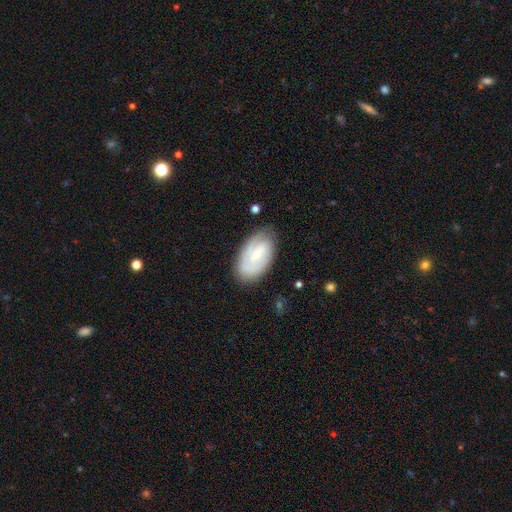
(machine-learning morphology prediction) A featured or disk galaxy (65%) with no bar (45%), 2 (48%) tight (55%) spiral arms (82%) and a small central bulge (70%). Merging: none (77%).